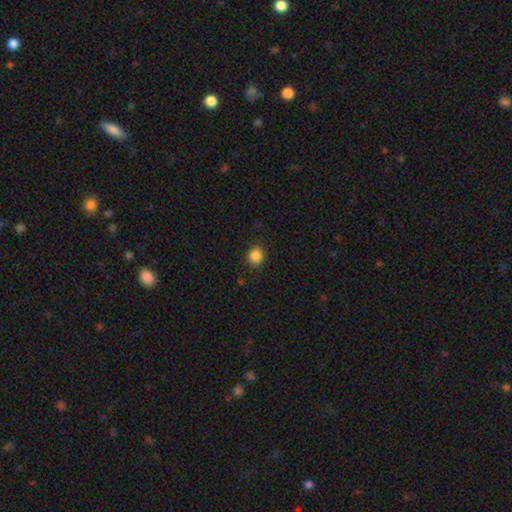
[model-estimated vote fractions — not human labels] A smooth galaxy with no disk features (86%) that is round (82%). Merging: none (90%).